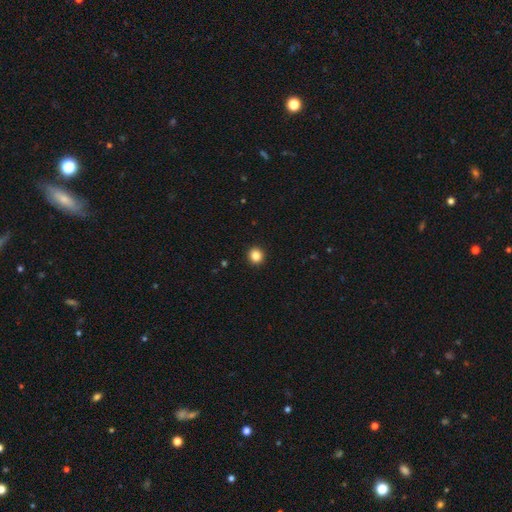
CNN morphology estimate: smooth-or-featured: smooth: 86% | star or artifact: 11% | featured or disk: 4%
  how-rounded: round: 90% | in between: 10% | cigar-shaped: 1%
  merging: none: 93% | minor disturbance: 4% | major disturbance: 2% | merger: 1%